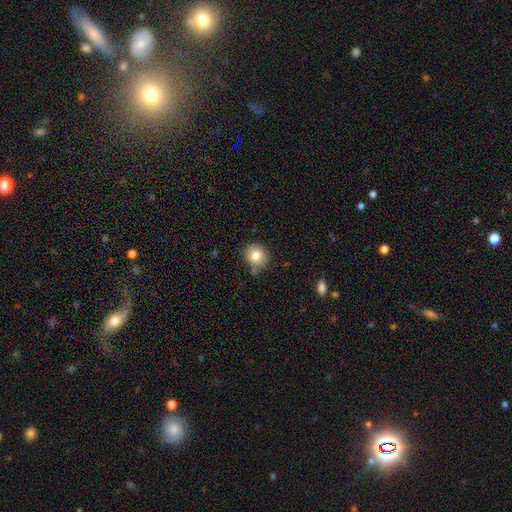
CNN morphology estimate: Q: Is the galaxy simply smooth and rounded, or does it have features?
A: smooth — 81%.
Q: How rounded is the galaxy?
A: round — 85%.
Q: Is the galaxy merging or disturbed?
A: none — 77%.